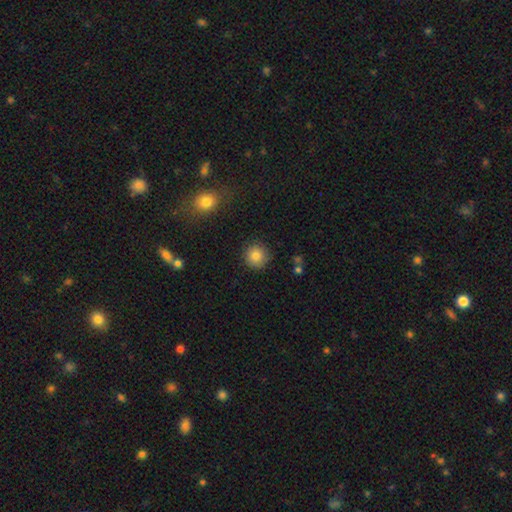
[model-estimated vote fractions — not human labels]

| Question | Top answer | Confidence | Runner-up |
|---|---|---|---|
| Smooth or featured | smooth | 83% | star or artifact (10%) |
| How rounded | round | 94% | in between (5%) |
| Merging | none | 88% | minor disturbance (8%) |